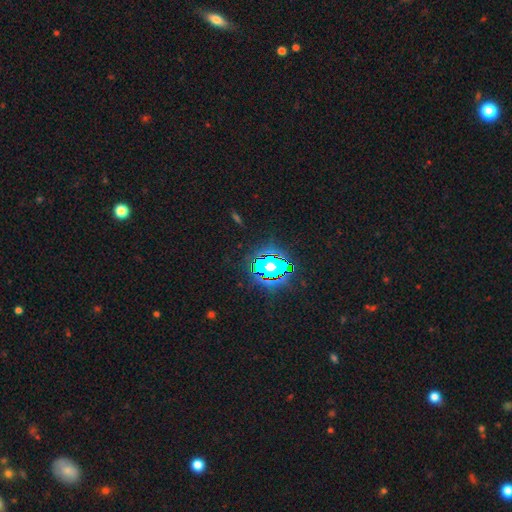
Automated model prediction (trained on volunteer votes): Q: Smooth or featured?
A: star or artifact (84%); runner-up: smooth (9%)